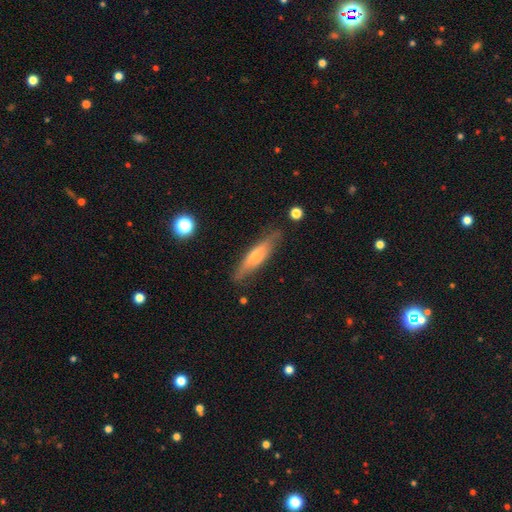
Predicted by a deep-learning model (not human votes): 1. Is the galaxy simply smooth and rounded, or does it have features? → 48% smooth, 45% featured or disk, 7% star or artifact.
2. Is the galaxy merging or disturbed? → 80% none, 15% minor disturbance, 3% major disturbance, 2% merger.